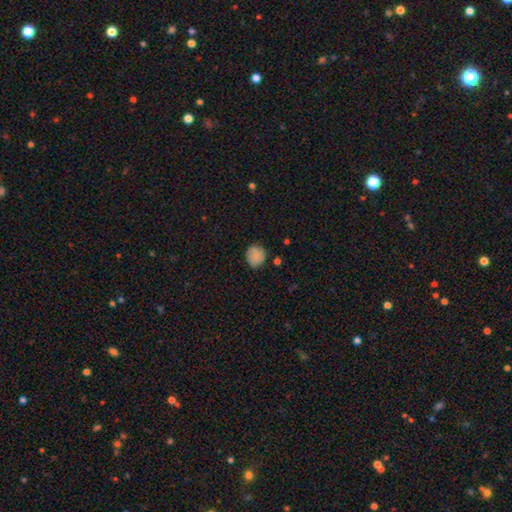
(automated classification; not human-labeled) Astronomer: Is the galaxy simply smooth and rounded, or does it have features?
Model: smooth — 84%.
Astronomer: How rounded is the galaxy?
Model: round — 81%.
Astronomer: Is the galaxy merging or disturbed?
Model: none — 77%.